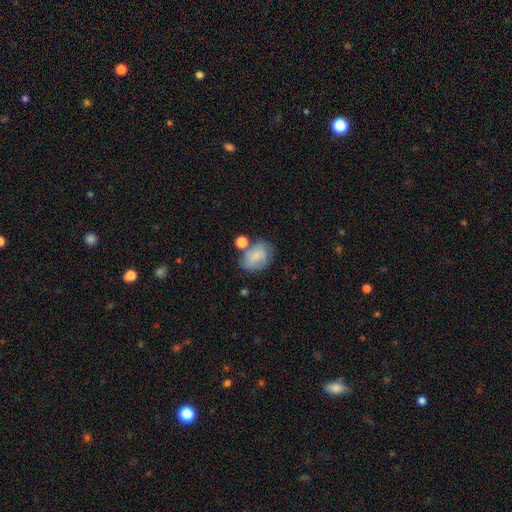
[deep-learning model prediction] Morphology: type=smooth (66%); roundness=in between (66%); merging=none (51%).